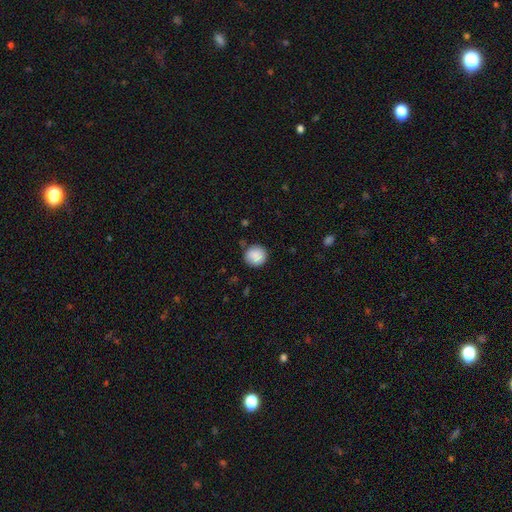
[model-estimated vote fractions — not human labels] Smooth or featured? Predicted: smooth (p=0.87). How rounded? Predicted: round (p=0.92). Merging? Predicted: none (p=0.83).